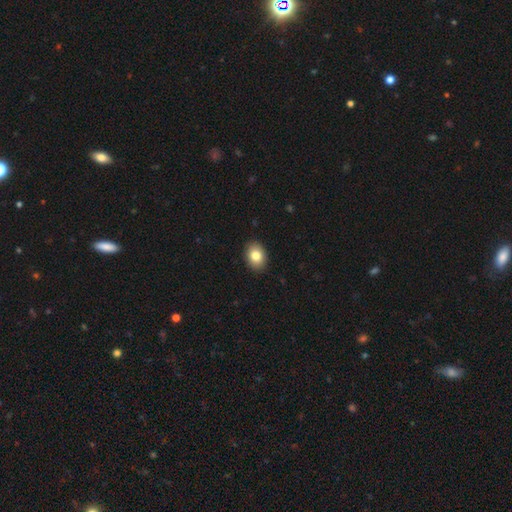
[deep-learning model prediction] This appears to be a smooth galaxy with no disk features (83%) that is in between round and cigar-shaped (70%). Merging: none (91%).